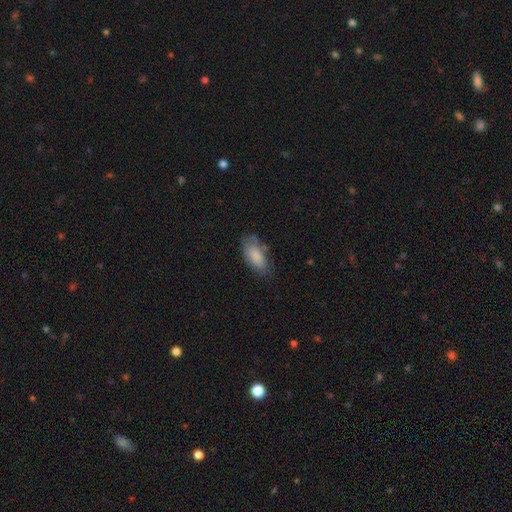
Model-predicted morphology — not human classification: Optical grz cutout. It shows a smooth galaxy with no disk features (83%) that is in between round and cigar-shaped (89%). Merging: none (65%).